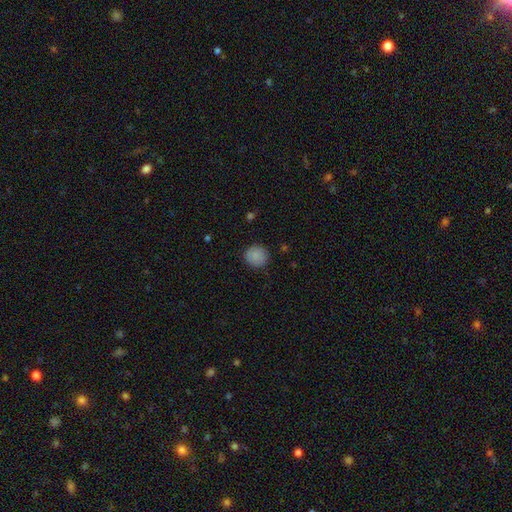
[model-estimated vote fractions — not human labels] This is clearly a smooth galaxy (86%). How rounded: clearly round (91%). Merging: clearly none (87%).